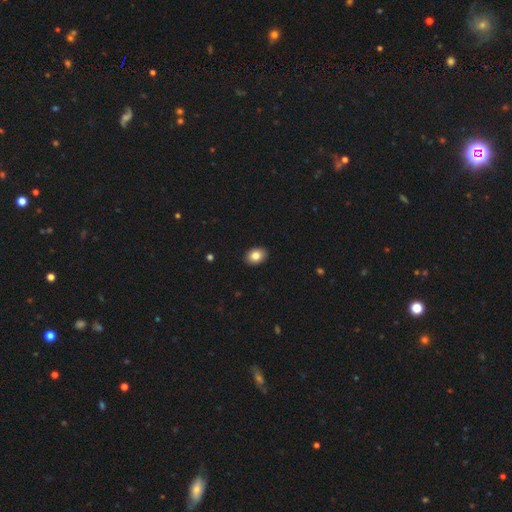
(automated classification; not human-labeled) A smooth galaxy with no disk features (83%) that is in between round and cigar-shaped (72%). Merging: none (91%).